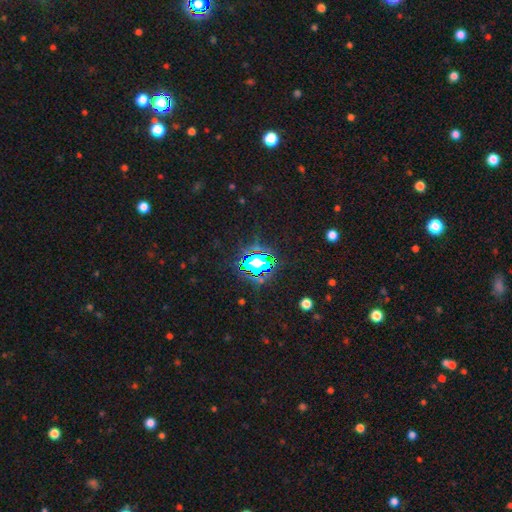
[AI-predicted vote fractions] smooth_or_featured: star or artifact (p=0.68) [alt: smooth p=0.21]